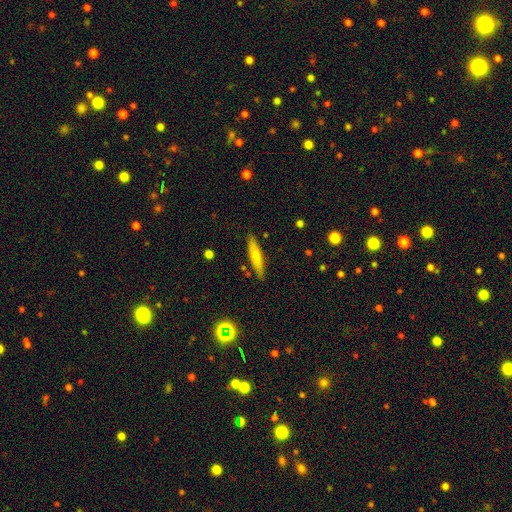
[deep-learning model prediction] smooth_or_featured: smooth (p=0.62) [alt: featured or disk p=0.32]
how_rounded: cigar-shaped (p=0.85) [alt: in between p=0.13]
merging: none (p=0.86) [alt: minor disturbance p=0.10]